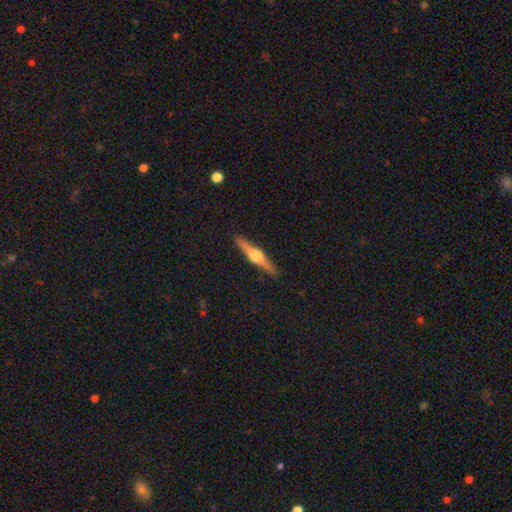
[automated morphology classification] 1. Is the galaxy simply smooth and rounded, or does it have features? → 77% featured or disk, 18% smooth, 5% star or artifact.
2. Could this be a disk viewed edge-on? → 98% yes, 2% no.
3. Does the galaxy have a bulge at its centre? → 96% rounded, 2% boxy, 2% none.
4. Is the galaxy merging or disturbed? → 92% none, 6% minor disturbance, 1% major disturbance, 1% merger.